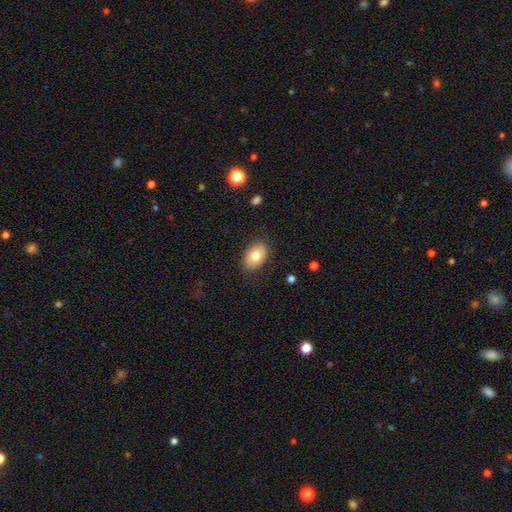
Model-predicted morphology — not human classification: Smooth or featured? Predicted: smooth (p=0.77). How rounded? Predicted: in between (p=0.84). Merging? Predicted: none (p=0.84).